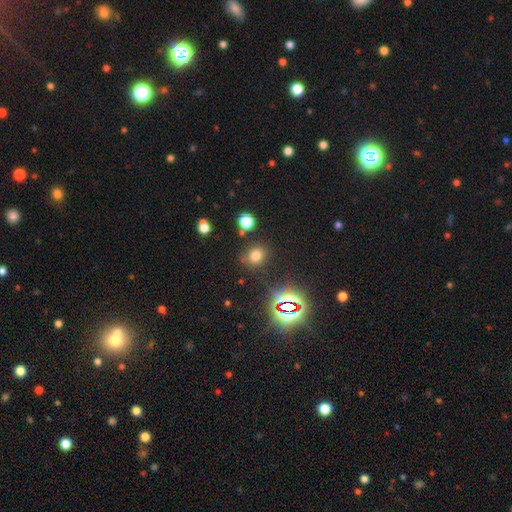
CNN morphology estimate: A smooth galaxy with no disk features (69%) that is round (71%).

Vote fractions:
- Smooth or featured? smooth: 69% / star or artifact: 24% / featured or disk: 8%
- How rounded? round: 71% / in between: 28% / cigar-shaped: 1%
- Merging? none: 80% / minor disturbance: 11% / merger: 5% / major disturbance: 4%